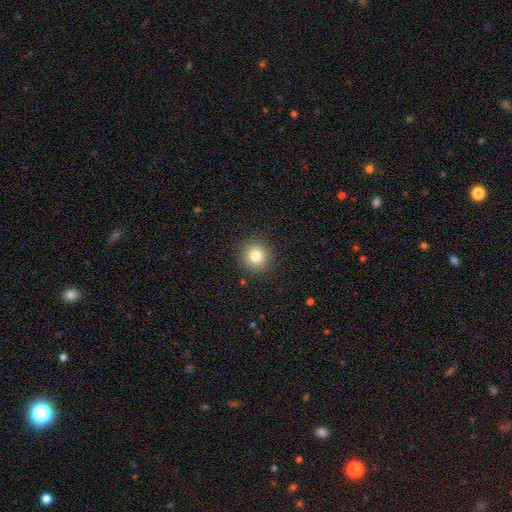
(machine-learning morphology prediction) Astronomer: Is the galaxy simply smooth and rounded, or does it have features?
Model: smooth — 81%.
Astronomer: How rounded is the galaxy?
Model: round — 94%.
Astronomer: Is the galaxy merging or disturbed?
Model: none — 91%.